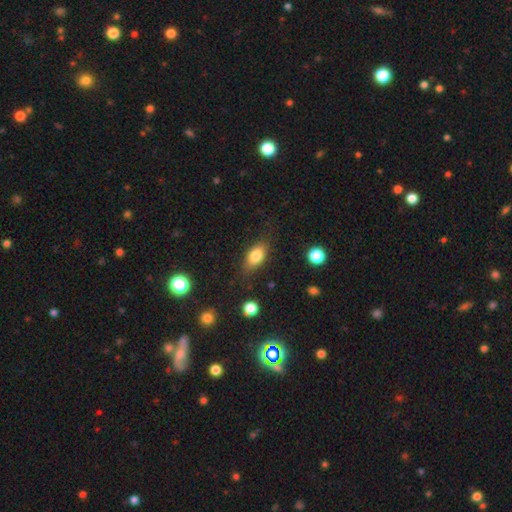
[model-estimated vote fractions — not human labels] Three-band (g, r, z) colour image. It shows a smooth galaxy with no disk features (79%) that is in between round and cigar-shaped (85%). Merging: none (76%).